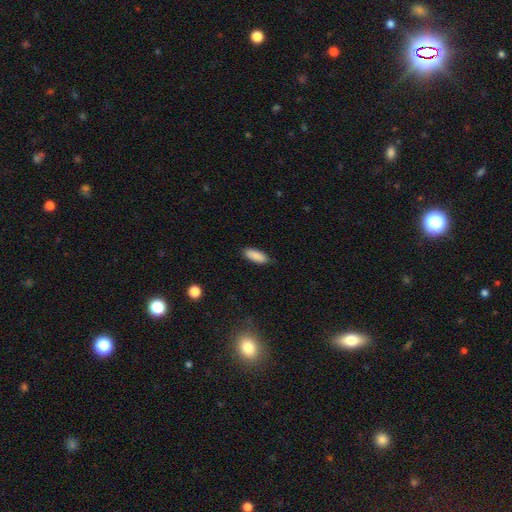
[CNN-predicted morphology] This appears to be a smooth galaxy with no disk features (89%) that is in between round and cigar-shaped (74%). Merging: none (85%).